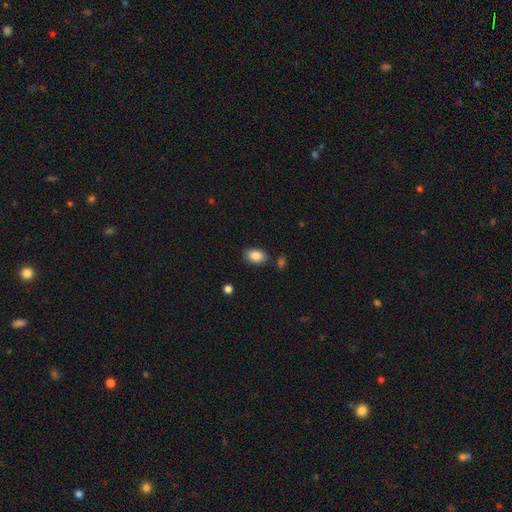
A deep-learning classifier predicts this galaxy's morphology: Smooth or featured: smooth — 86% (star or artifact — 8%)
How rounded: in between — 85% (round — 14%)
Merging: none — 84% (minor disturbance — 11%)